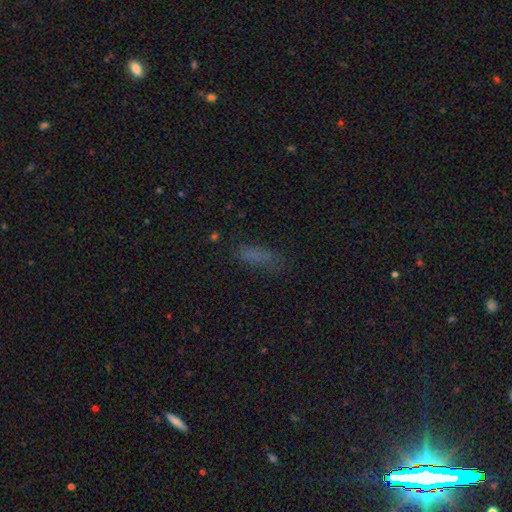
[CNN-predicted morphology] type=smooth (71%); roundness=cigar-shaped (54%); merging=none (69%).